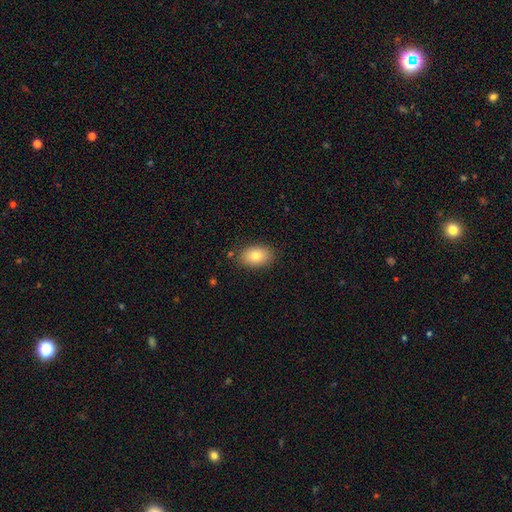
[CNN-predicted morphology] Q: Smooth or featured?
A: smooth (81%); runner-up: featured or disk (11%)
Q: How rounded?
A: in between (87%); runner-up: round (12%)
Q: Merging?
A: none (85%); runner-up: minor disturbance (11%)